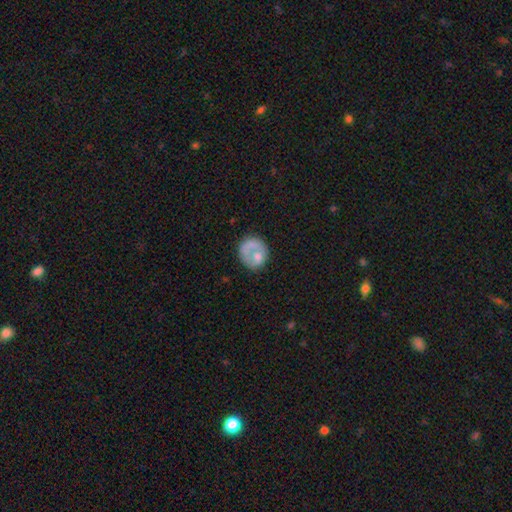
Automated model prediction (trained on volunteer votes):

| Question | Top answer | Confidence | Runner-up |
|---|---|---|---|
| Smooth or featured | smooth | 59% | featured or disk (34%) |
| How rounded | round | 78% | in between (21%) |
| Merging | none | 50% | major disturbance (22%) |